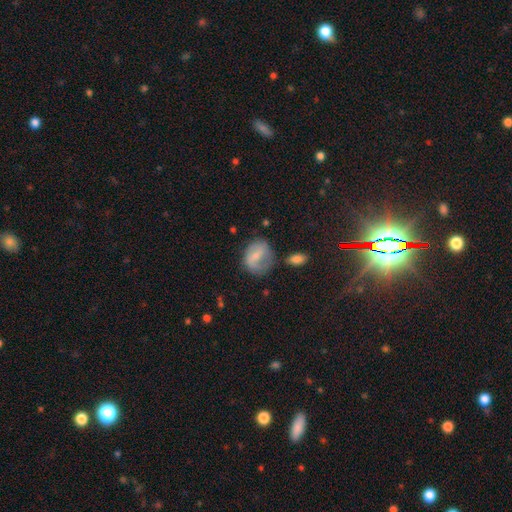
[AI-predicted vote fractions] Morphology: type=smooth (54%); roundness=in between (51%); merging=none (47%).